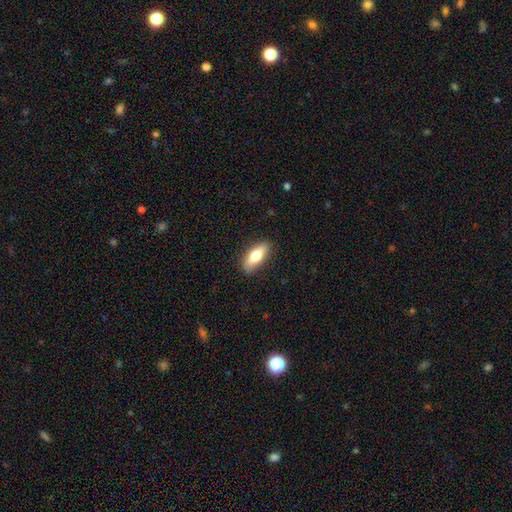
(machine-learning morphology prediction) A smooth galaxy with no disk features (70%) that is in between round and cigar-shaped (68%). Merging: none (83%).